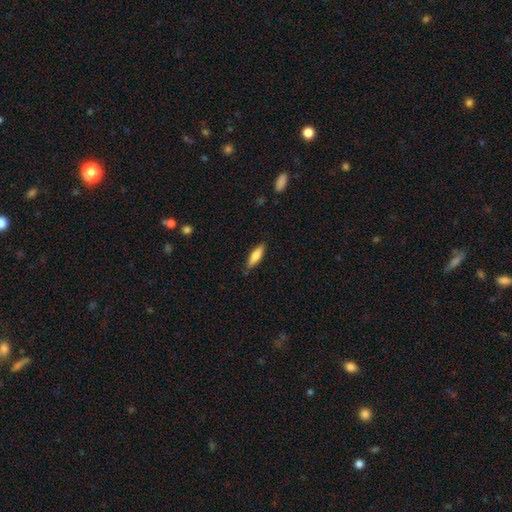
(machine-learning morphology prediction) Smooth or featured? smooth (74%)
How rounded? cigar-shaped (55%)
Merging? none (83%)